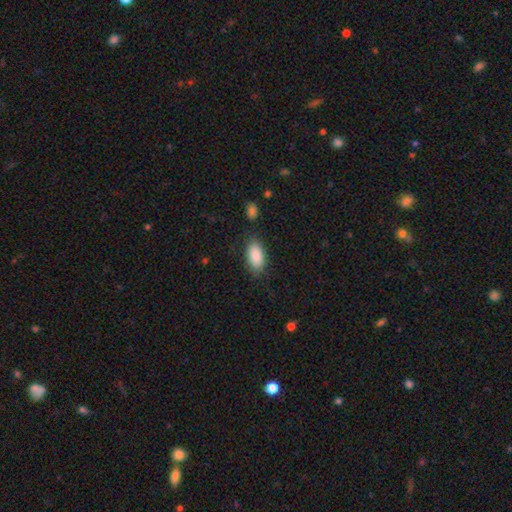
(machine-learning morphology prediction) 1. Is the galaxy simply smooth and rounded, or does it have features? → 87% smooth, 7% star or artifact, 6% featured or disk.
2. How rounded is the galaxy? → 92% in between, 5% cigar-shaped, 3% round.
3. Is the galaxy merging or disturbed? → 78% none, 14% minor disturbance, 4% major disturbance, 3% merger.